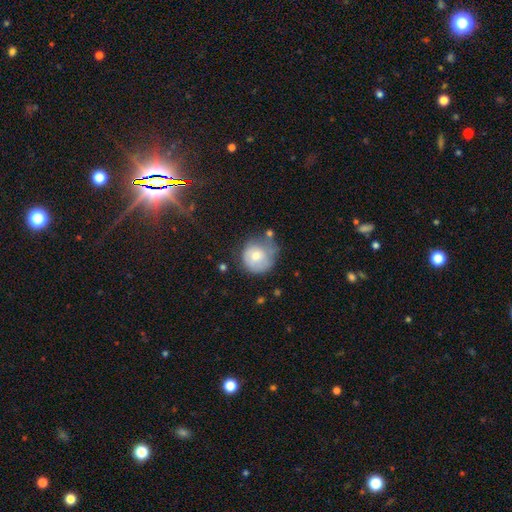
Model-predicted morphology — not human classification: The model was most divided on "merging": none: 44%, minor disturbance: 32%, major disturbance: 16%, merger: 8%. More confident: how rounded — round (88%); smooth or featured — smooth (68%).